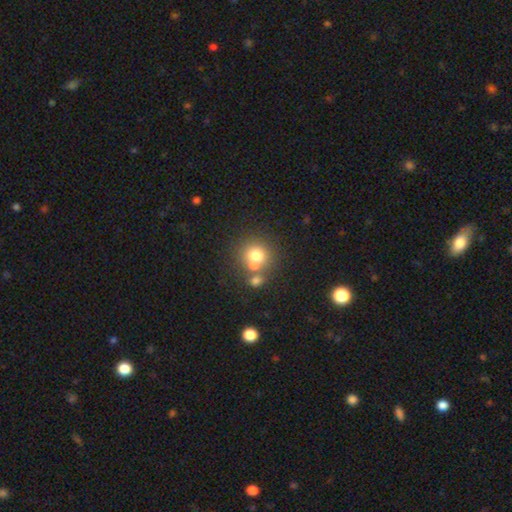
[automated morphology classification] This is likely a smooth galaxy (72%). How rounded: clearly round (87%). Merging: possibly none (55%).